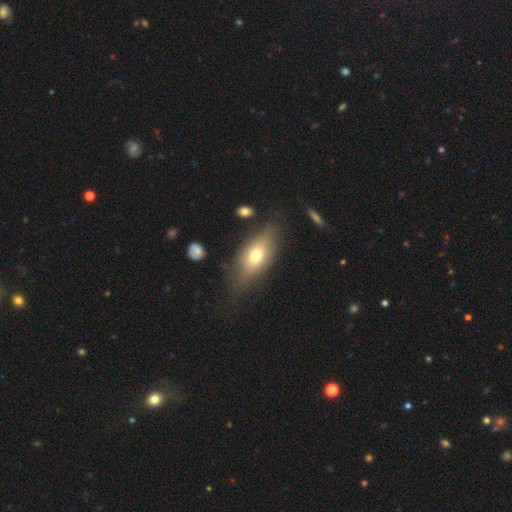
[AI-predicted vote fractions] Smooth or featured? Predicted: smooth (p=0.67). How rounded? Predicted: in between (p=0.80). Merging? Predicted: none (p=0.69).